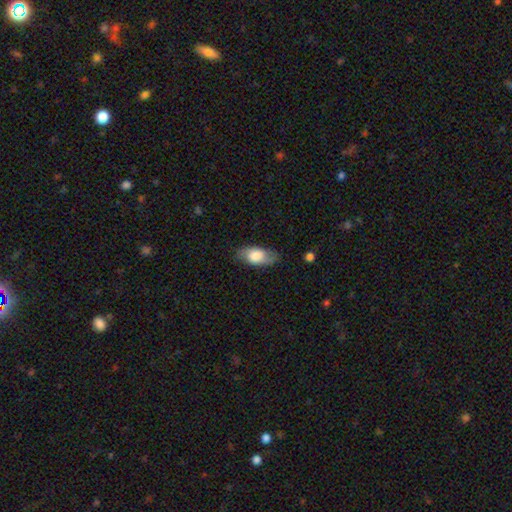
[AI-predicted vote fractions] This appears to be a smooth galaxy with no disk features (67%) that is in between round and cigar-shaped (88%). Merging: none (78%).